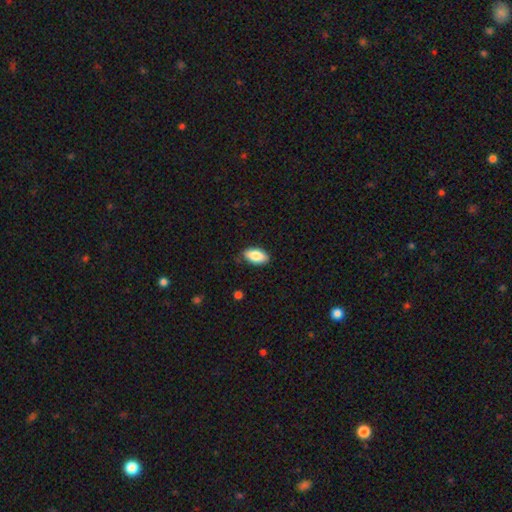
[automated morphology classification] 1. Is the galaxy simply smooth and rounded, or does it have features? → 85% smooth, 8% featured or disk, 7% star or artifact.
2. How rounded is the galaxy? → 93% in between, 4% cigar-shaped, 3% round.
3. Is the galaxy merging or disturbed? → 81% none, 15% minor disturbance, 3% major disturbance, 1% merger.